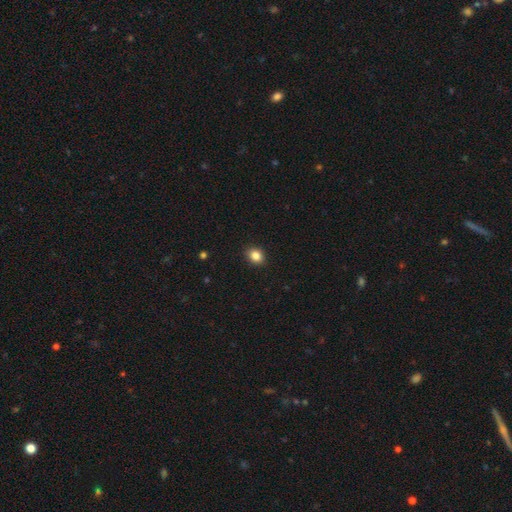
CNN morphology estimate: Q: Smooth or featured?
A: smooth (85%); runner-up: star or artifact (10%)
Q: How rounded?
A: round (53%); runner-up: in between (46%)
Q: Merging?
A: none (90%); runner-up: minor disturbance (7%)